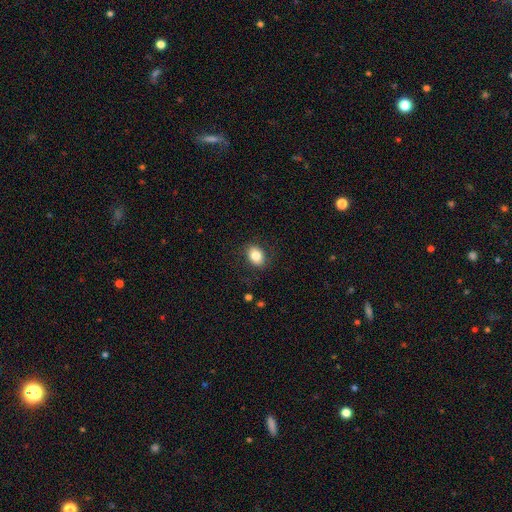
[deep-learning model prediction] The model was most divided on "how rounded": in between: 69%, round: 30%, cigar-shaped: 1%. More confident: merging — none (84%); smooth or featured — smooth (82%).